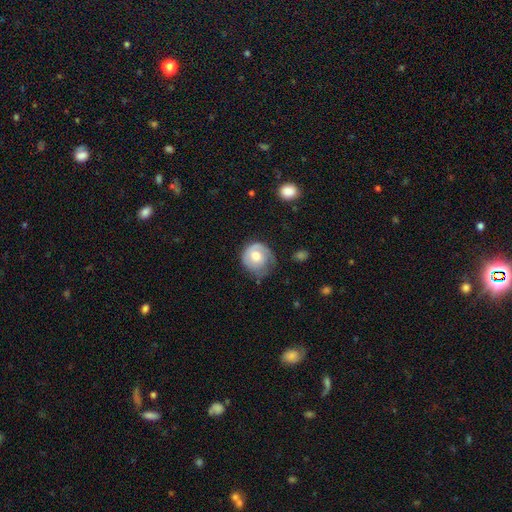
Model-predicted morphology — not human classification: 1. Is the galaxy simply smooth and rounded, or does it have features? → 51% smooth, 43% featured or disk, 7% star or artifact.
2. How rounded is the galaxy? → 81% round, 18% in between, 1% cigar-shaped.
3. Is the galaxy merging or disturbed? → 52% none, 31% minor disturbance, 15% major disturbance, 2% merger.